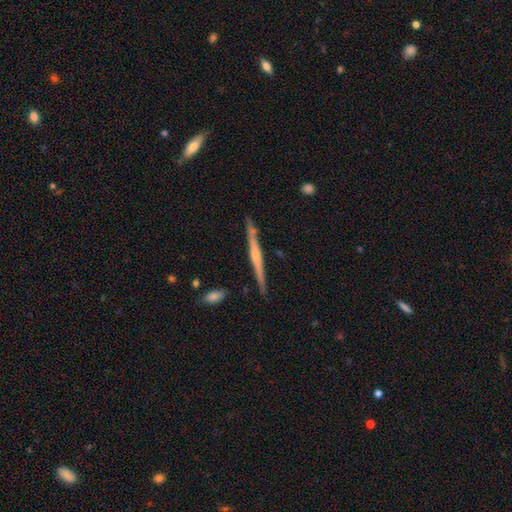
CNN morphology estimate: featured or disk 69%, smooth 25%, star or artifact 6%. Down the decision tree: edge-on disk — yes (98%); edge-on bulge — rounded (55%); merging — none (86%).